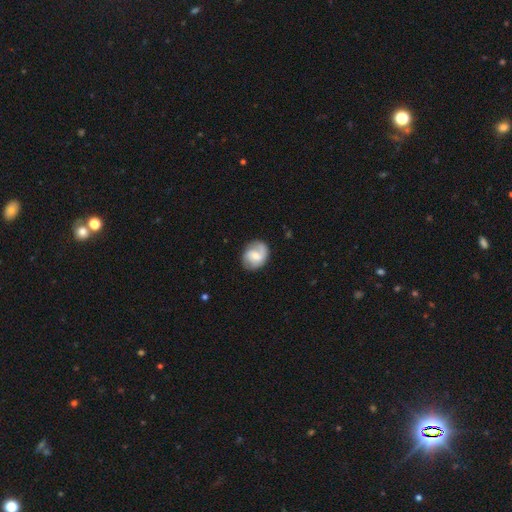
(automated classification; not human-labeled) Smooth or featured? Predicted: featured or disk (p=0.58). Edge-on disk? Predicted: no (p=0.97). Bar? Predicted: weak (p=0.50). Spiral arms? Predicted: yes (p=0.88). Spiral winding? Predicted: medium (p=0.44). Spiral arm count? Predicted: 2 (p=0.75). Bulge size? Predicted: moderate (p=0.45). Merging? Predicted: none (p=0.76).